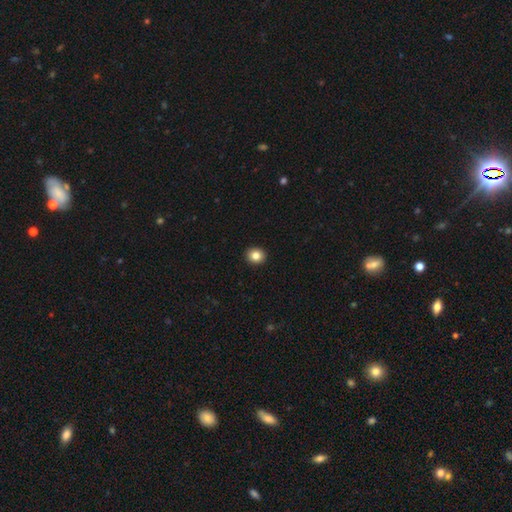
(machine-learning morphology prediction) Smooth or featured? smooth (84%)
How rounded? round (80%)
Merging? none (93%)